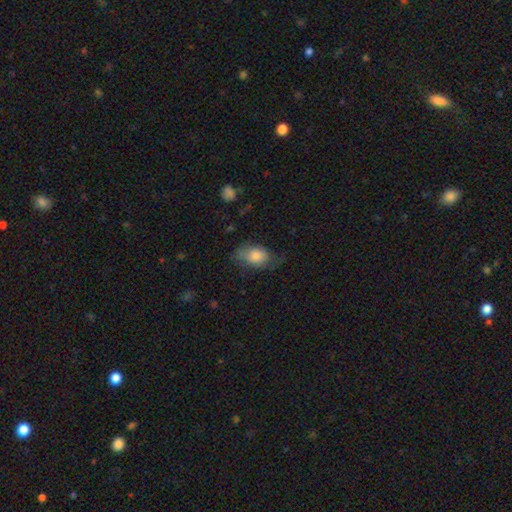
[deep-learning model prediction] smooth 74%, featured or disk 18%, star or artifact 8%. Down the decision tree: how rounded — in between (86%); merging — none (54%).